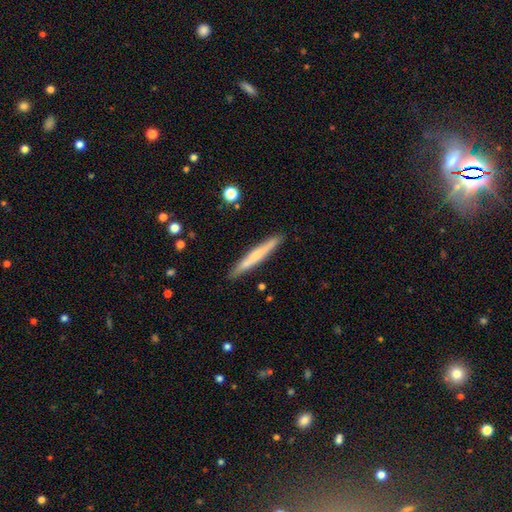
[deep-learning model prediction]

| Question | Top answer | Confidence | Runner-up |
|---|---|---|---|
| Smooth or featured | smooth | 56% | featured or disk (38%) |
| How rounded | cigar-shaped | 96% | in between (3%) |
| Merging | none | 89% | minor disturbance (8%) |